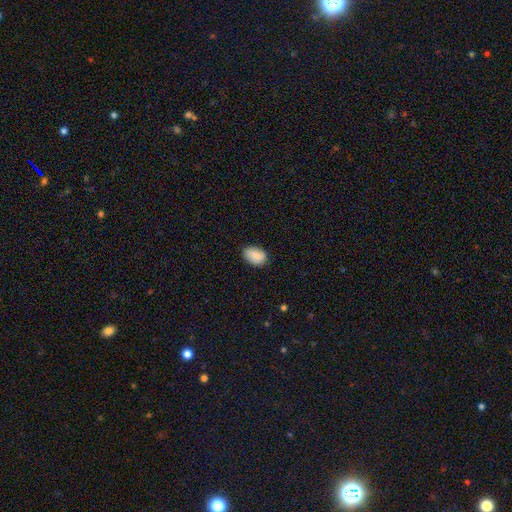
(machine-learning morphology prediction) type=smooth (87%); roundness=in between (87%); merging=none (80%).